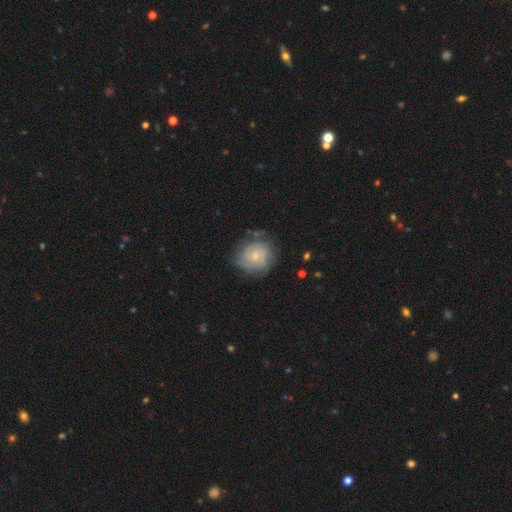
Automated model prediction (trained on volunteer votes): Smooth or featured?
  - featured or disk: 58% *
  - smooth: 35%
  - star or artifact: 7%
Edge-on disk?
  - no: 98% *
  - yes: 2%
Bar?
  - no: 77% *
  - weak: 20%
  - strong: 3%
Spiral arms?
  - yes: 84% *
  - no: 16%
Bulge size?
  - small: 70% *
  - moderate: 24%
  - none: 4%
  - large: 2%
  - dominant: 1%
Merging?
  - none: 68% *
  - minor disturbance: 21%
  - major disturbance: 9%
  - merger: 2%